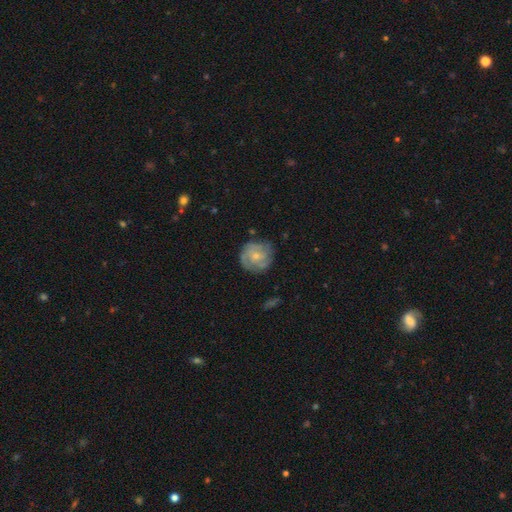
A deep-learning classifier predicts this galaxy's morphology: Smooth or featured? featured or disk (65%)
Edge-on disk? no (98%)
Bar? no (76%)
Spiral arms? yes (85%)
Spiral winding? tight (60%)
Spiral arm count? can't tell (38%)
Bulge size? small (65%)
Merging? none (76%)